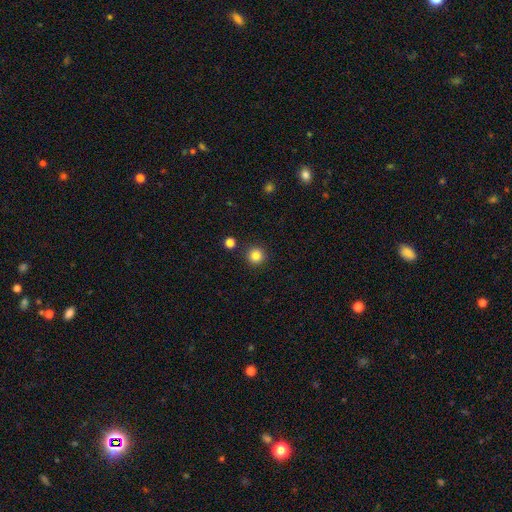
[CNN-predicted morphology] Q: Smooth or featured?
A: smooth (84%); runner-up: star or artifact (12%)
Q: How rounded?
A: round (96%); runner-up: in between (4%)
Q: Merging?
A: none (90%); runner-up: minor disturbance (5%)